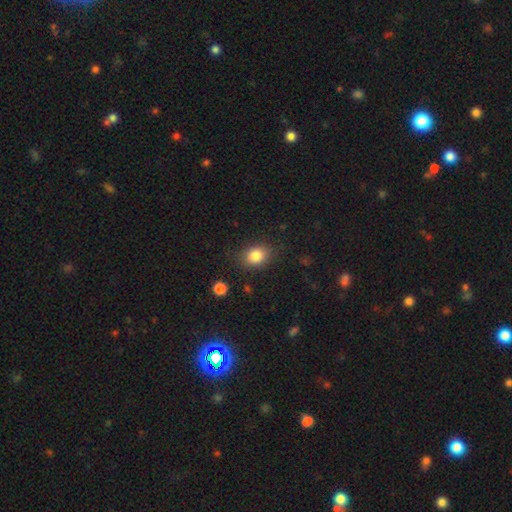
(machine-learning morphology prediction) A smooth galaxy with no disk features (84%) that is in between round and cigar-shaped (59%). Merging: none (81%).